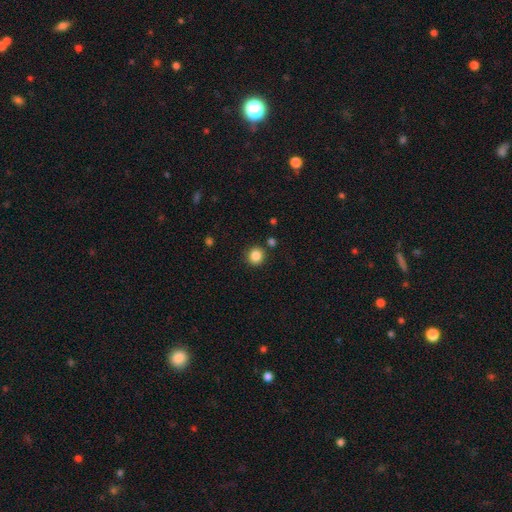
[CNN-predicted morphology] This is clearly a smooth galaxy (86%). How rounded: clearly round (90%). Merging: clearly none (87%).